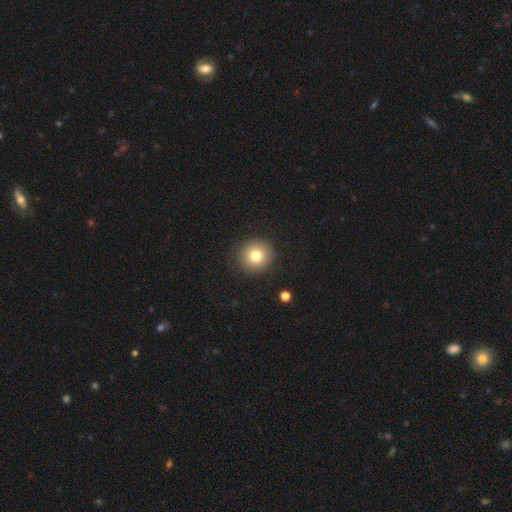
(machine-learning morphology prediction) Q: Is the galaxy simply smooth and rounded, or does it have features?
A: smooth — 78%.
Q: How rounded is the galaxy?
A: round — 93%.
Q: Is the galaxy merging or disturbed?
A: none — 90%.